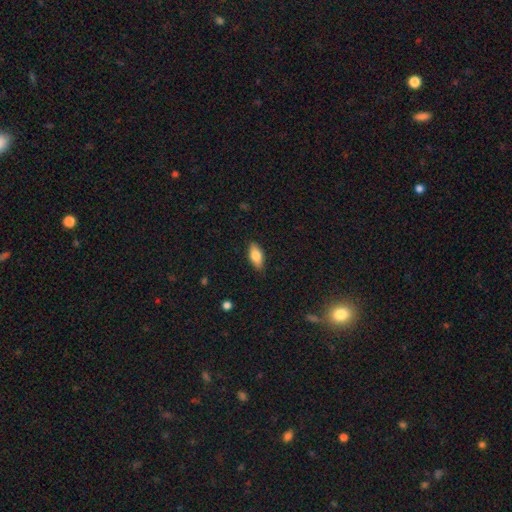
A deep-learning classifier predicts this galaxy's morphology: Smooth or featured? Predicted: smooth (p=0.78). How rounded? Predicted: in between (p=0.87). Merging? Predicted: none (p=0.86).